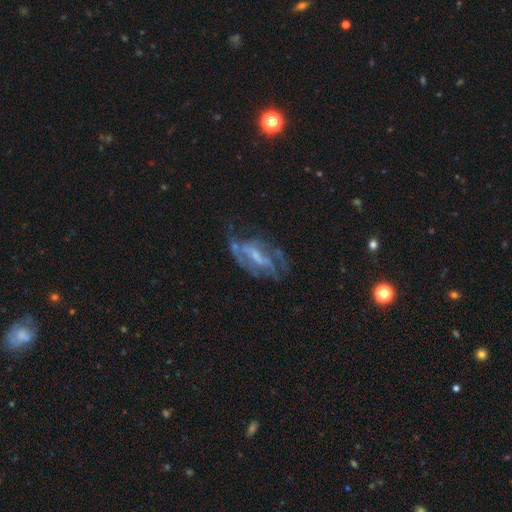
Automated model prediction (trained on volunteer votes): smooth-or-featured: featured or disk: 80% | smooth: 12% | star or artifact: 8%
  disk-edge-on: no: 93% | yes: 7%
    bar: weak: 43% | strong: 31% | no: 25%
    has-spiral-arms: yes: 79% | no: 21%
      spiral-winding: medium: 45% | tight: 30% | loose: 25%
      spiral-arm-count: 2: 49% | can't tell: 28% | 3: 11% | 1: 6% | 4: 4% | more than 4: 3%
    bulge-size: small: 49% | moderate: 30% | none: 16% | large: 4% | dominant: 1%
  merging: none: 47% | major disturbance: 27% | minor disturbance: 22% | merger: 4%